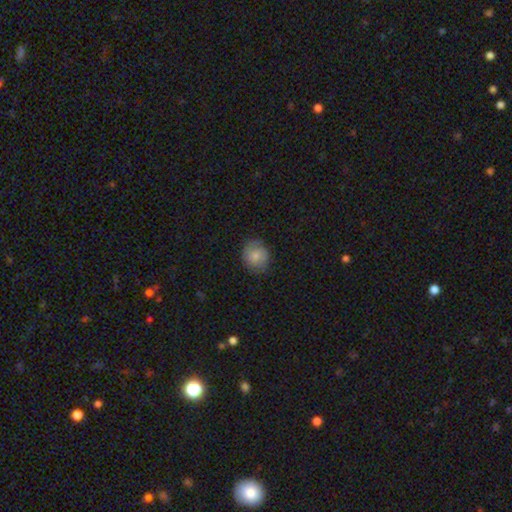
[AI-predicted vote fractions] Smooth or featured: smooth — 69% (featured or disk — 24%)
How rounded: round — 76% (in between — 23%)
Merging: none — 75% (minor disturbance — 19%)